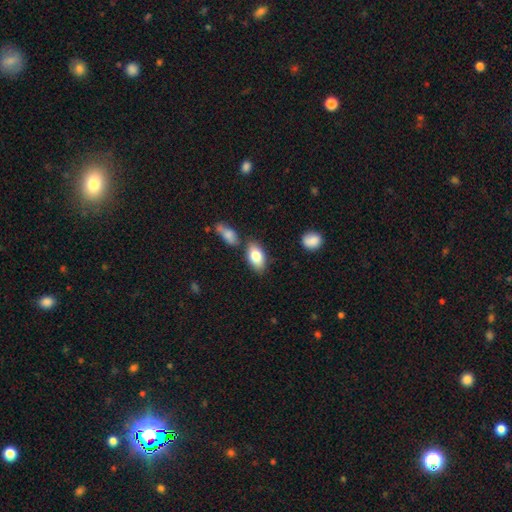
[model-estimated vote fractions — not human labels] This appears to be a smooth galaxy with no disk features (80%) that is in between round and cigar-shaped (92%). Merging: none (76%).